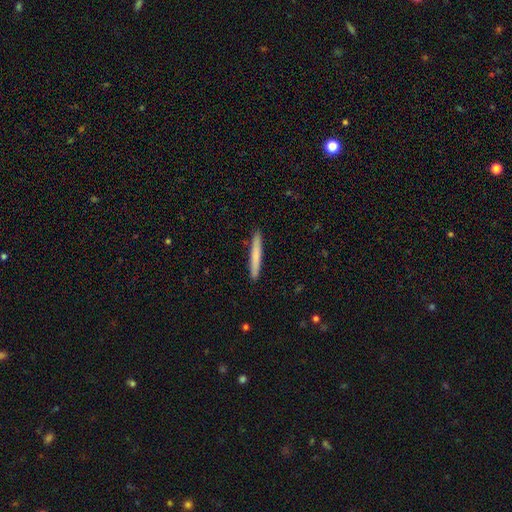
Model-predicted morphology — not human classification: A smooth galaxy with no disk features (72%) that is cigar-shaped (97%). Merging: none (91%).